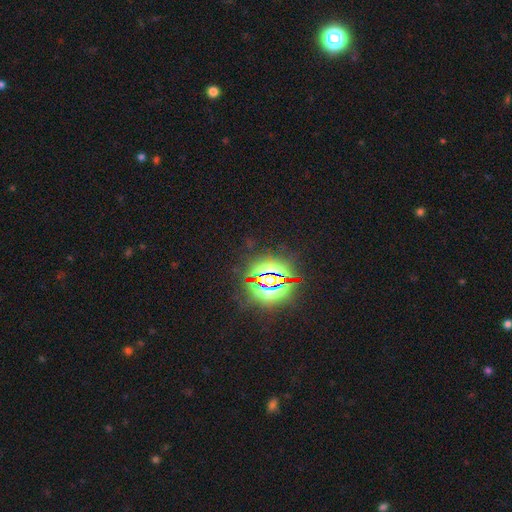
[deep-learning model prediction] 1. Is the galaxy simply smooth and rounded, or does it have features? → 86% star or artifact, 8% smooth, 6% featured or disk.